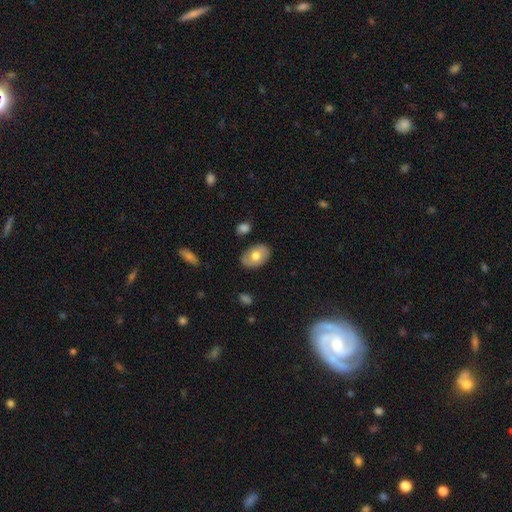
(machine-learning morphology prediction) The model was most divided on "smooth or featured": smooth: 69%, featured or disk: 25%, star or artifact: 7%. More confident: how rounded — in between (89%); merging — none (82%).